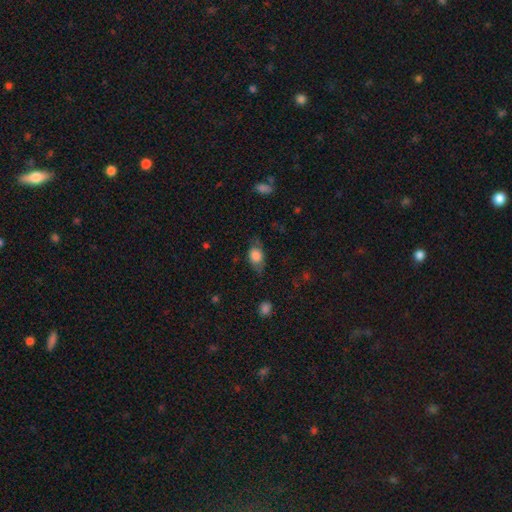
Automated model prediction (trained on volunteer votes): Q: Smooth or featured?
A: smooth (75%); runner-up: featured or disk (17%)
Q: How rounded?
A: in between (79%); runner-up: round (17%)
Q: Merging?
A: none (60%); runner-up: minor disturbance (27%)